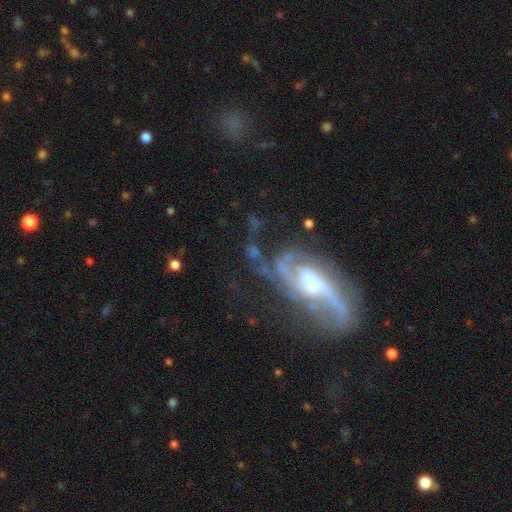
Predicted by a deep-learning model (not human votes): A featured or disk galaxy (86%) with no bar (42%), 2 (61%) medium (46%) spiral arms (95%) and a moderate central bulge (43%). Merging: none (50%).